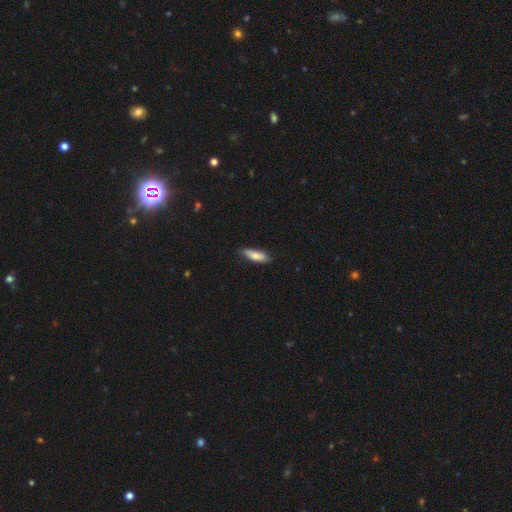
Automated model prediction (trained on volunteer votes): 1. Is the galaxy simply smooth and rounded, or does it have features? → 79% smooth, 14% featured or disk, 6% star or artifact.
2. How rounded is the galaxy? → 54% in between, 44% cigar-shaped, 2% round.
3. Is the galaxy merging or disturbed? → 79% none, 18% minor disturbance, 2% major disturbance, 1% merger.